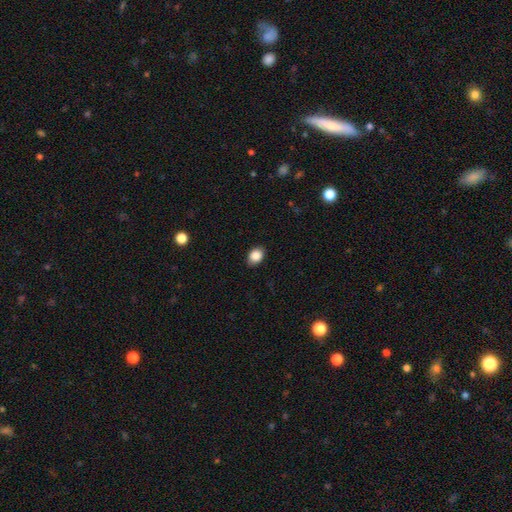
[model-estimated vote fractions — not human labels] Overall: smooth (87%). How rounded: in between (66%; round 33%). Merging: none (86%).